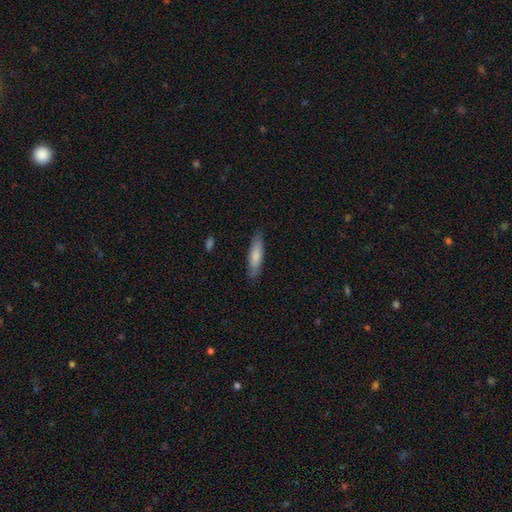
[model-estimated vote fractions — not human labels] Smooth or featured? Predicted: smooth (p=0.79). How rounded? Predicted: cigar-shaped (p=0.69). Merging? Predicted: none (p=0.84).